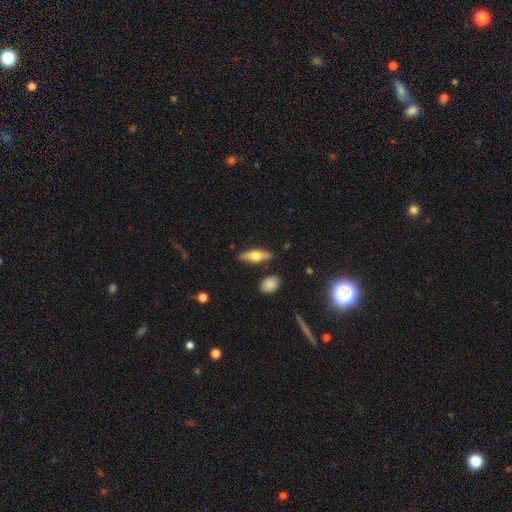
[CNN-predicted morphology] Smooth or featured? Predicted: smooth (p=0.55). How rounded? Predicted: in between (p=0.56). Merging? Predicted: none (p=0.83).